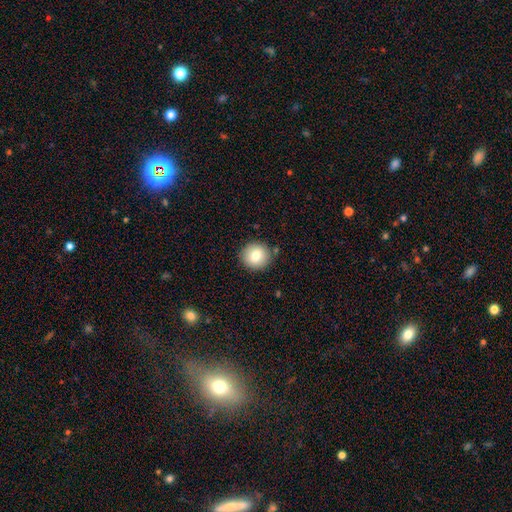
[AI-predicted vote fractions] This appears to be a smooth galaxy with no disk features (80%) that is round (90%). Merging: none (87%).